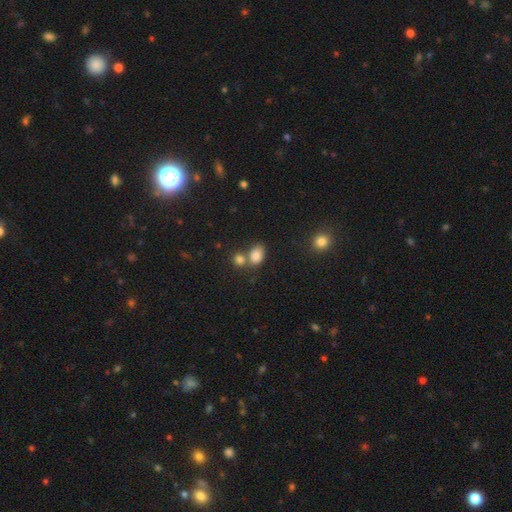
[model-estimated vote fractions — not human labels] smooth-or-featured: smooth: 83% | star or artifact: 11% | featured or disk: 6%
  how-rounded: in between: 76% | round: 23% | cigar-shaped: 1%
  merging: none: 46% | merger: 36% | minor disturbance: 13% | major disturbance: 5%